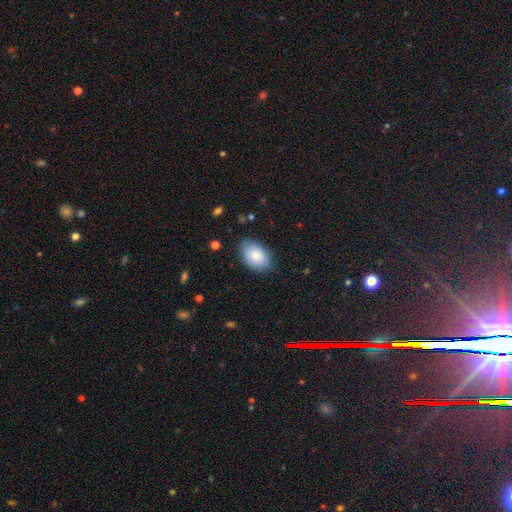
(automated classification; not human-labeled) Smooth or featured?
  - smooth: 84% *
  - featured or disk: 10%
  - star or artifact: 6%
How rounded?
  - in between: 90% *
  - round: 9%
  - cigar-shaped: 1%
Merging?
  - none: 82% *
  - minor disturbance: 14%
  - major disturbance: 3%
  - merger: 1%